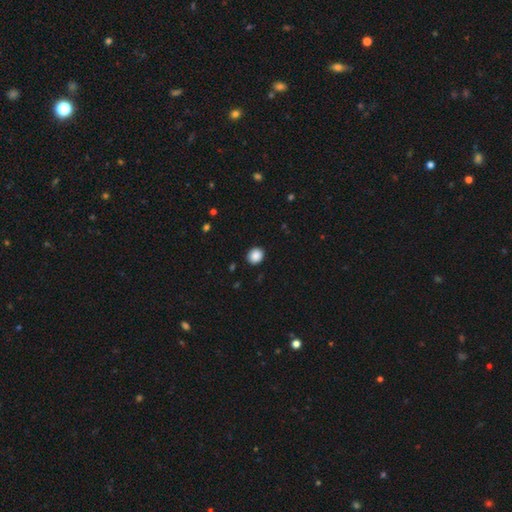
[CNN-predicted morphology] This is clearly a smooth galaxy (88%). How rounded: likely round (76%). Merging: clearly none (90%).